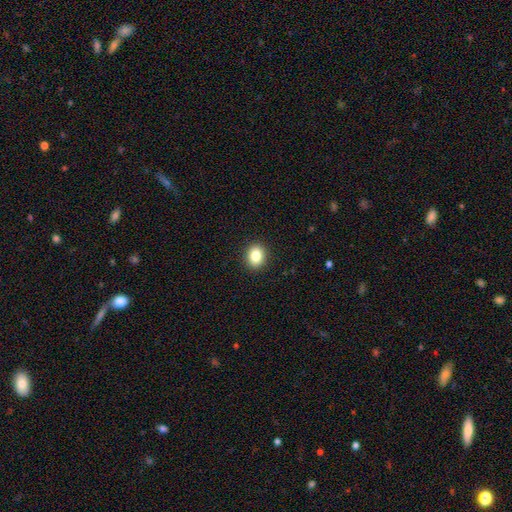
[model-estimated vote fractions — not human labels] Morphology: type=smooth (83%); roundness=round (58%); merging=none (92%).